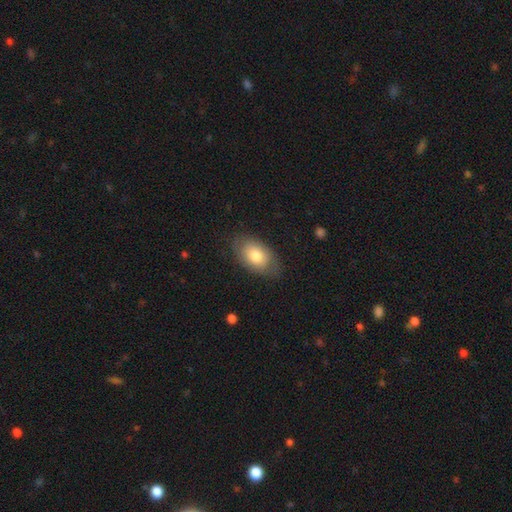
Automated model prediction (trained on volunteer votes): Smooth or featured: smooth — 76% (featured or disk — 18%)
How rounded: in between — 89% (round — 10%)
Merging: none — 74% (minor disturbance — 20%)